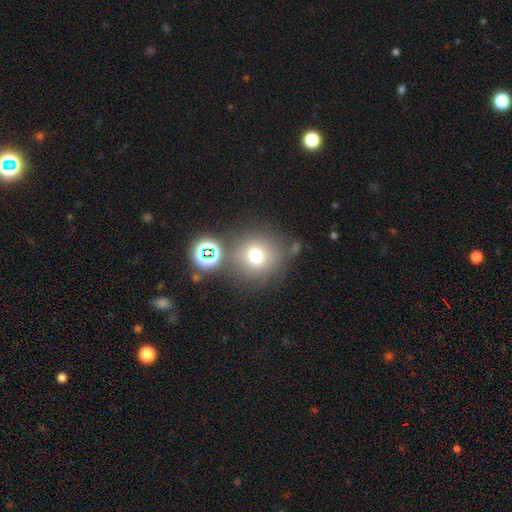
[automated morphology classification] Smooth or featured: smooth — 71% (star or artifact — 17%)
How rounded: round — 87% (in between — 12%)
Merging: none — 71% (minor disturbance — 12%)